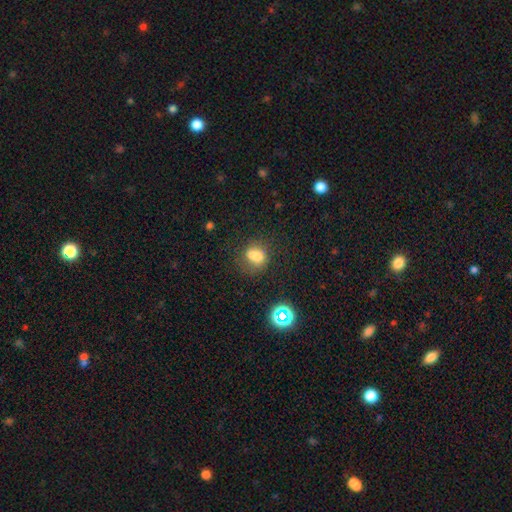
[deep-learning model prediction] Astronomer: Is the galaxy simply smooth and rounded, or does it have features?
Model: smooth — 69%.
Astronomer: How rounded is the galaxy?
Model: round — 55% (runner-up: in between, 43%).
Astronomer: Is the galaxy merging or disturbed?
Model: none — 44% (runner-up: merger, 28%).